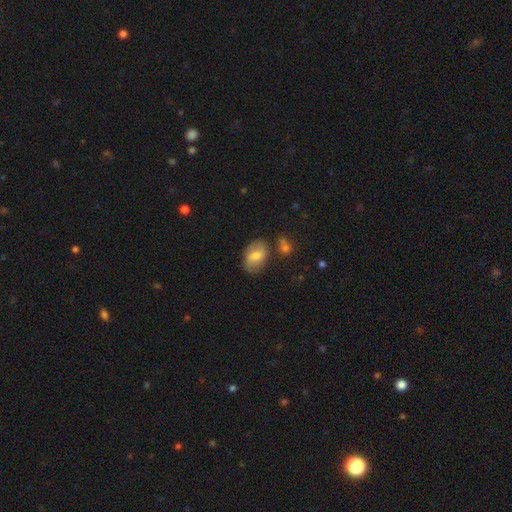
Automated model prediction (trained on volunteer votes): A smooth galaxy with no disk features (62%) that is in between round and cigar-shaped (82%). Merging: none (72%).